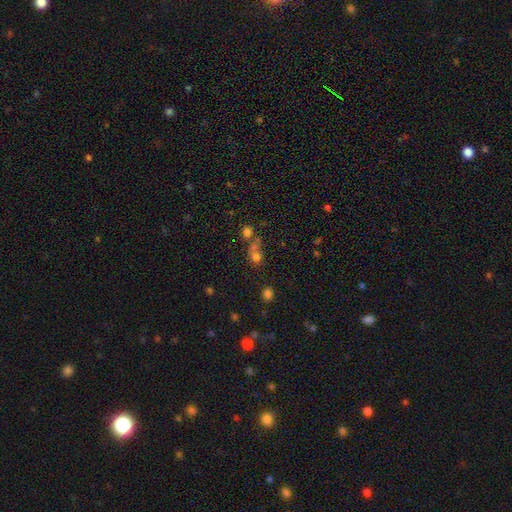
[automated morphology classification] This appears to be a smooth galaxy with no disk features (58%) that is round (77%). Merging: none (45%).